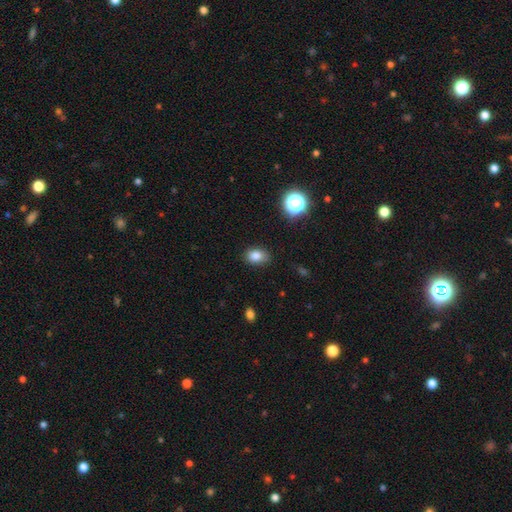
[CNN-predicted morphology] This is clearly a smooth galaxy (82%). How rounded: likely in between (75%). Merging: clearly none (84%).